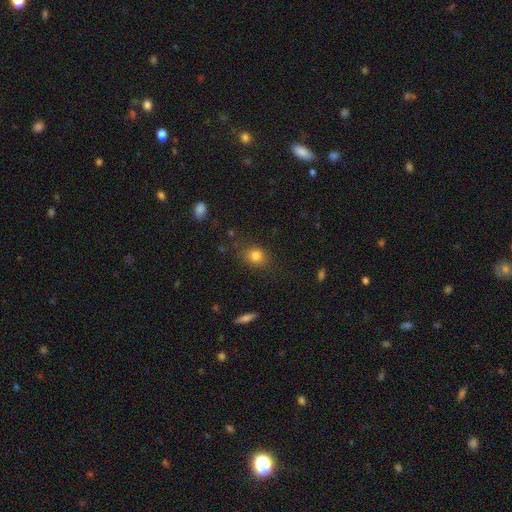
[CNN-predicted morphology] Q: Smooth or featured?
A: smooth (81%); runner-up: star or artifact (12%)
Q: How rounded?
A: round (61%); runner-up: in between (38%)
Q: Merging?
A: none (81%); runner-up: minor disturbance (13%)